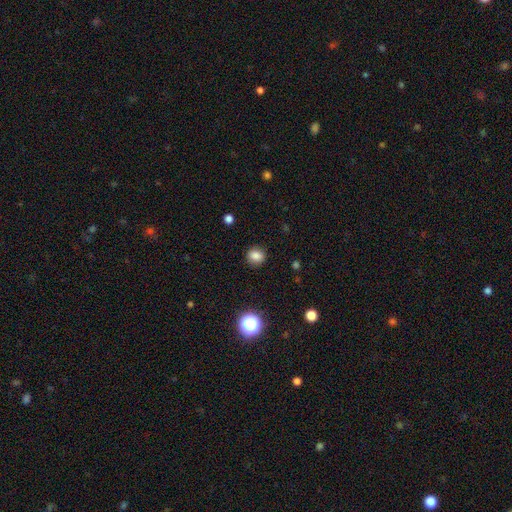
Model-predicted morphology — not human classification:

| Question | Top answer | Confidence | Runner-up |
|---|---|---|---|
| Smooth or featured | smooth | 83% | star or artifact (12%) |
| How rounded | round | 74% | in between (25%) |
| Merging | none | 88% | minor disturbance (8%) |